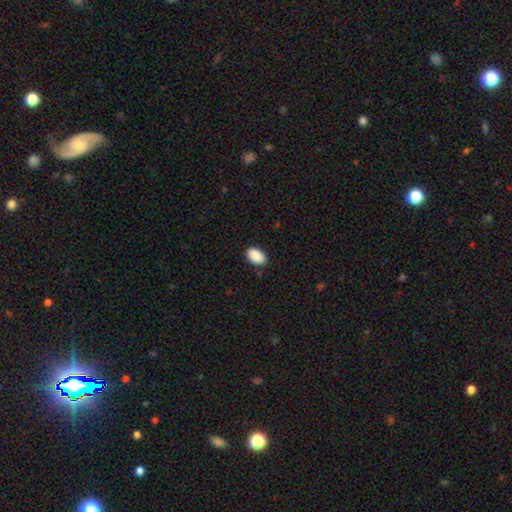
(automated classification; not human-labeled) Smooth or featured? Predicted: smooth (p=0.91). How rounded? Predicted: in between (p=0.93). Merging? Predicted: none (p=0.86).